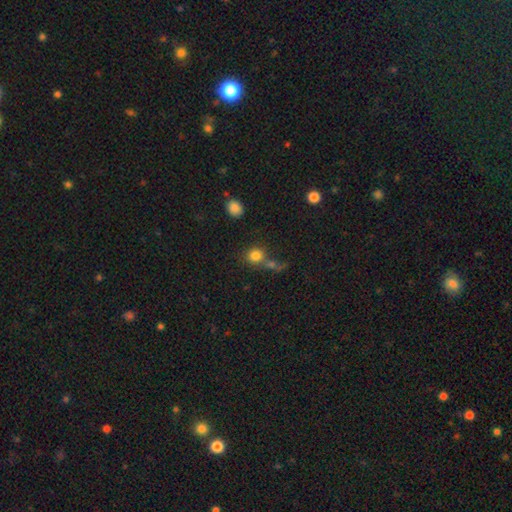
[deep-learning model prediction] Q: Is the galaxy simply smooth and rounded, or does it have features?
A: smooth — 80%.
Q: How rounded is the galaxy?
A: round — 81%.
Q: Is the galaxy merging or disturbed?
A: none — 55%.